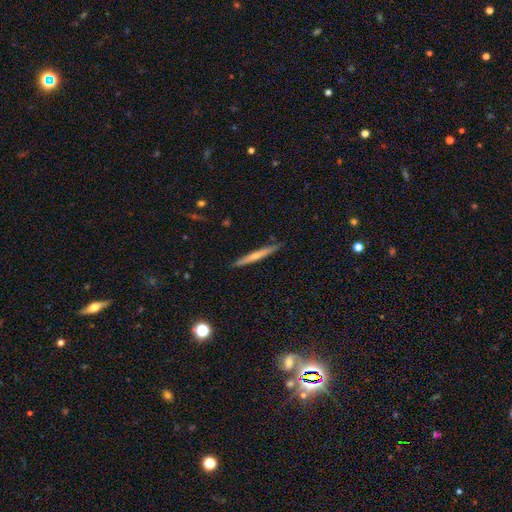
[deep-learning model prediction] Smooth or featured? Predicted: smooth (p=0.47, tied with featured or disk). Merging? Predicted: none (p=0.89).